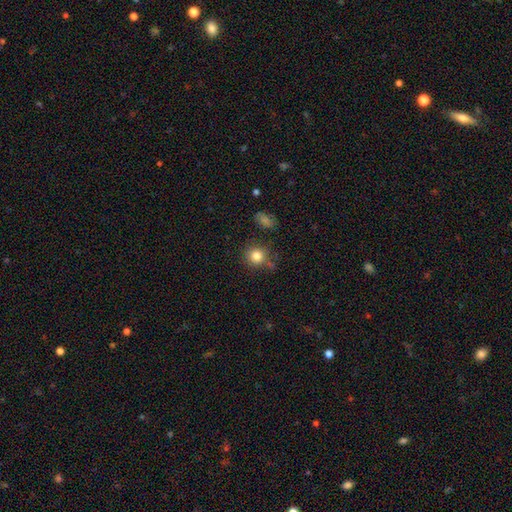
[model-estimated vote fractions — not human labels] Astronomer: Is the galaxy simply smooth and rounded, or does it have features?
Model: smooth — 82%.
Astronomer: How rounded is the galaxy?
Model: round — 88%.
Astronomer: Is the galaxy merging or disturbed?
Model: none — 77%.